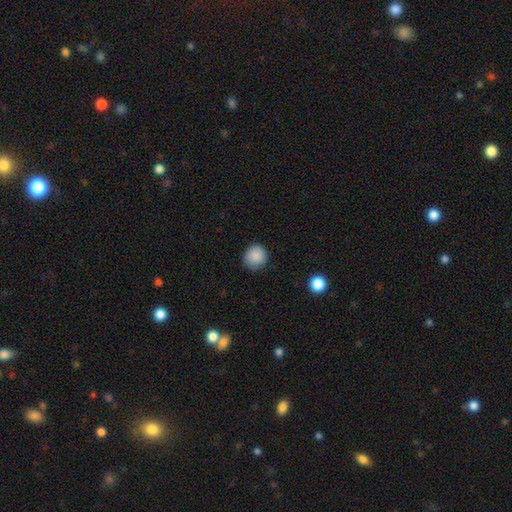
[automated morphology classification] Smooth or featured? smooth (88%)
How rounded? round (89%)
Merging? none (84%)